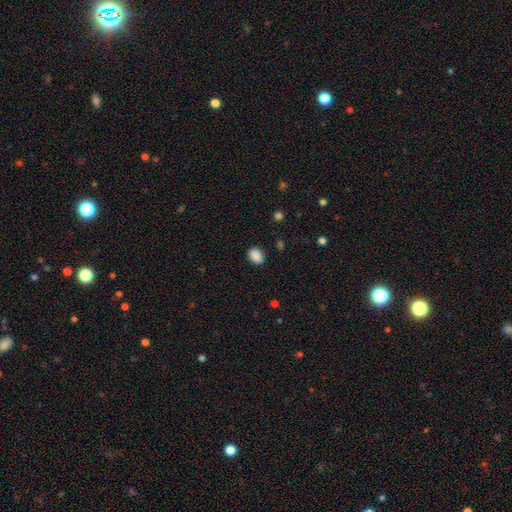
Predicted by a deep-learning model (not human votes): This is clearly a smooth galaxy (88%). How rounded: likely in between (78%). Merging: clearly none (86%).